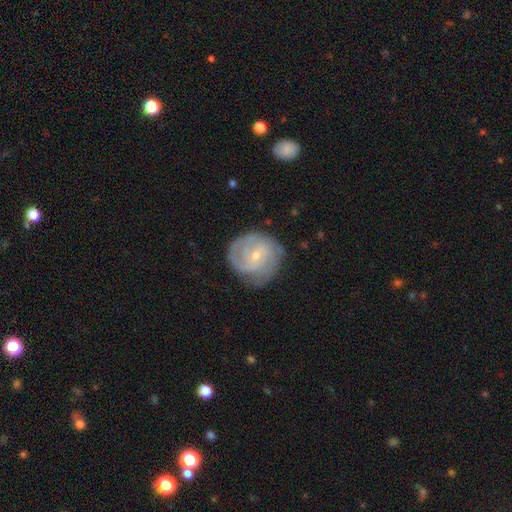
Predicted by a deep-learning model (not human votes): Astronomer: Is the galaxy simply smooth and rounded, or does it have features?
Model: featured or disk — 79%.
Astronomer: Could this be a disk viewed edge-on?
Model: no — 98%.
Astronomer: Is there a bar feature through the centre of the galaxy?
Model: no — 48% (runner-up: weak, 44%).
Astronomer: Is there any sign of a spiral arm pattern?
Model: yes — 95%.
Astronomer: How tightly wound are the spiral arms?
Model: tight — 59%.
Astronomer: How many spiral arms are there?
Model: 3 — 29% (runner-up: can't tell, 26%).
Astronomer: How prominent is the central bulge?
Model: small — 69%.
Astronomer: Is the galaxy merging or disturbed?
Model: none — 74%.